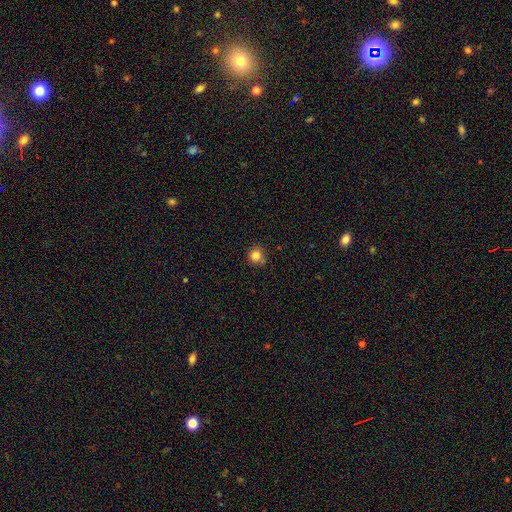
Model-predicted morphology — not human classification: A smooth galaxy with no disk features (83%) that is round (89%). Merging: none (79%).